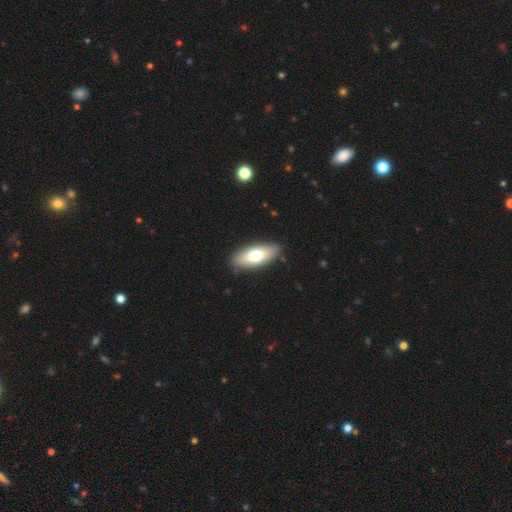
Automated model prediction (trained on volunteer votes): This is likely a smooth galaxy (69%). How rounded: clearly in between (80%). Merging: clearly none (88%).